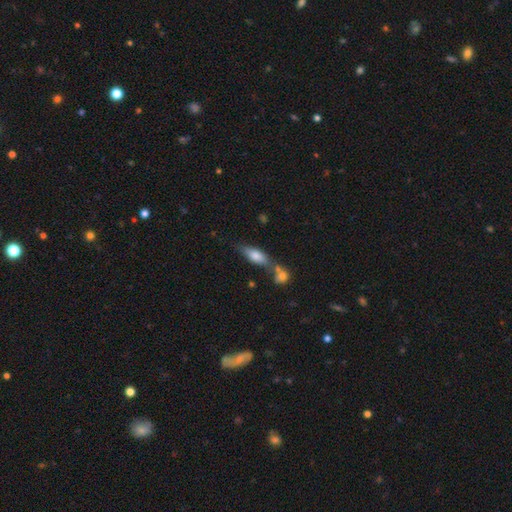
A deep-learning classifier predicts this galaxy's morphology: This is likely a smooth galaxy (67%). How rounded: likely in between (63%). Merging: possibly none (48%).